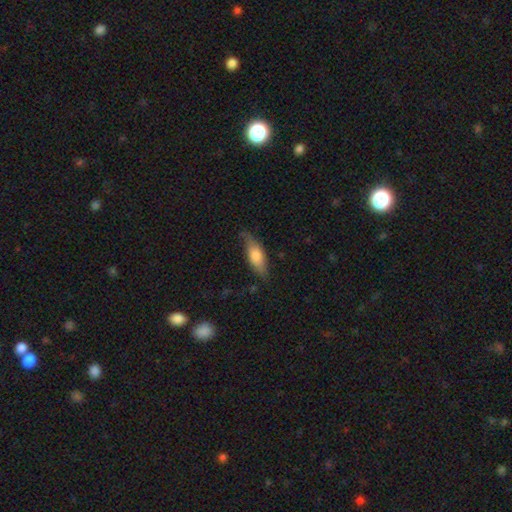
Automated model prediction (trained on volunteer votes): The model was most divided on "how rounded": in between: 64%, cigar-shaped: 33%, round: 3%. More confident: merging — none (68%); smooth or featured — smooth (65%).